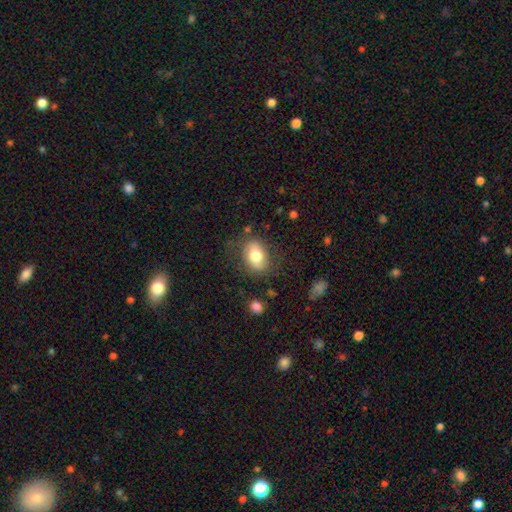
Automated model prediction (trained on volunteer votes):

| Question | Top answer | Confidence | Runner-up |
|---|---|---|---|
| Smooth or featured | smooth | 72% | featured or disk (21%) |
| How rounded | in between | 80% | round (19%) |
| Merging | none | 74% | minor disturbance (17%) |